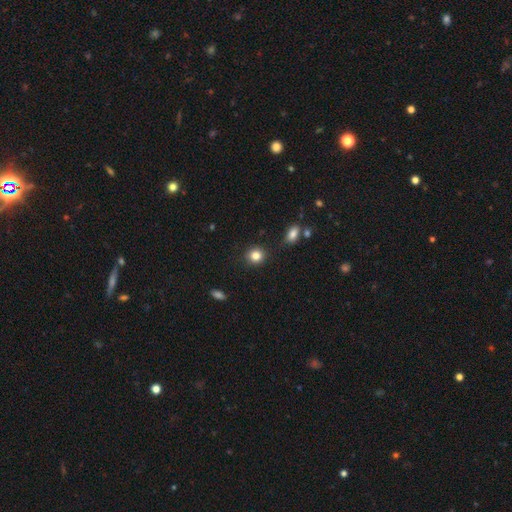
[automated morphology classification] Smooth or featured: smooth — 84% (star or artifact — 11%)
How rounded: round — 85% (in between — 14%)
Merging: none — 88% (minor disturbance — 8%)